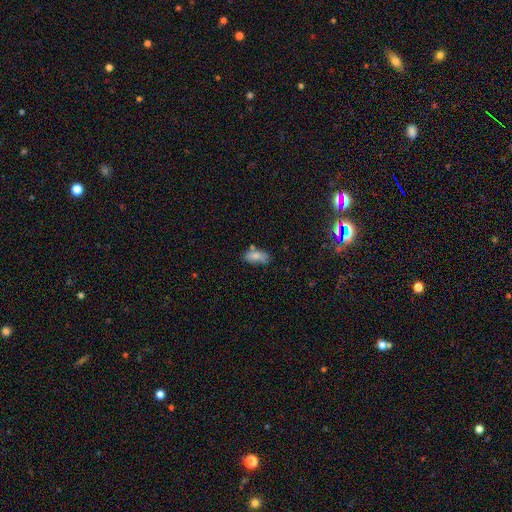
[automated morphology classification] Smooth or featured?
  - smooth: 77% *
  - featured or disk: 14%
  - star or artifact: 9%
How rounded?
  - in between: 88% *
  - cigar-shaped: 7%
  - round: 5%
Merging?
  - none: 55% *
  - minor disturbance: 25%
  - merger: 12%
  - major disturbance: 7%